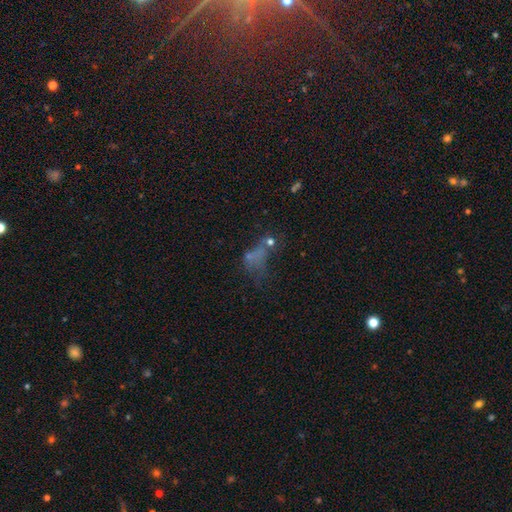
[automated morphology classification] smooth_or_featured: smooth (p=0.41) [alt: star or artifact p=0.30]
merging: major disturbance (p=0.36) [alt: none p=0.29]